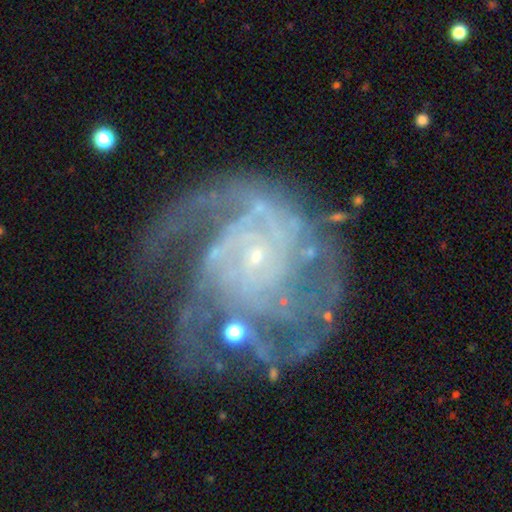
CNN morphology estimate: Overall: featured or disk (88%). Edge-on disk: no (98%). Bar: no (75%). Spiral arms: yes (95%). Spiral arm count: can't tell (26%; 2 24%). Spiral winding: tight (50%; medium 37%). Bulge size: small (86%). Merging: none (48%; major disturbance 28%).